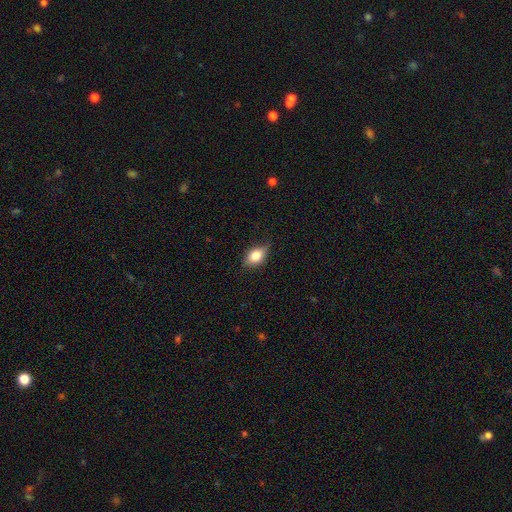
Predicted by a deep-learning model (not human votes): Overall: smooth (77%). How rounded: in between (79%). Merging: none (68%).